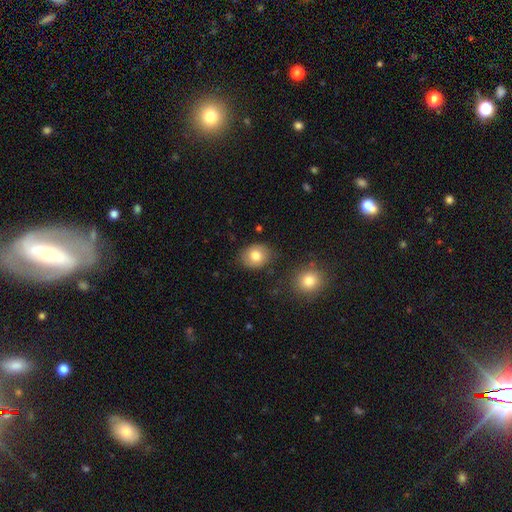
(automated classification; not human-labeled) Q: Smooth or featured?
A: smooth (80%); runner-up: featured or disk (11%)
Q: How rounded?
A: round (51%); runner-up: in between (48%)
Q: Merging?
A: none (83%); runner-up: minor disturbance (11%)